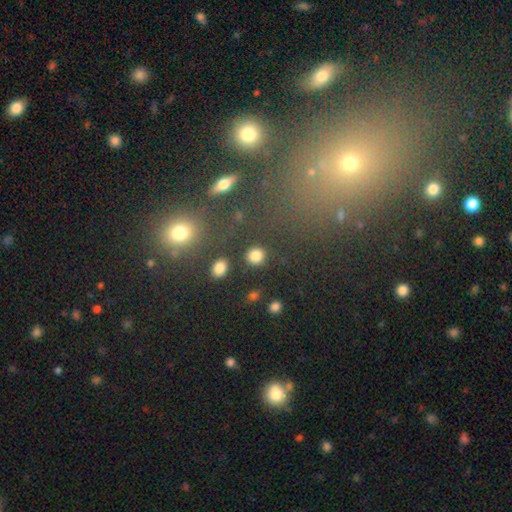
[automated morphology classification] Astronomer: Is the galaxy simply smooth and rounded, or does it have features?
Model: smooth — 84%.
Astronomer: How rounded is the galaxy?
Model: round — 86%.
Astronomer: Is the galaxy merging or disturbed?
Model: none — 85%.